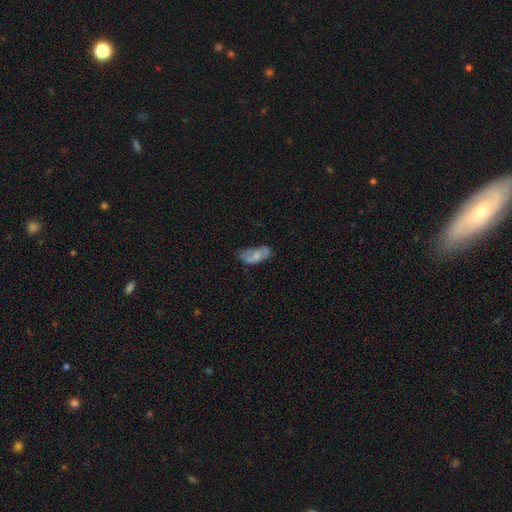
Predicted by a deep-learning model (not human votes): This is likely a smooth galaxy (60%). How rounded: clearly in between (88%). Merging: marginally none (43%).